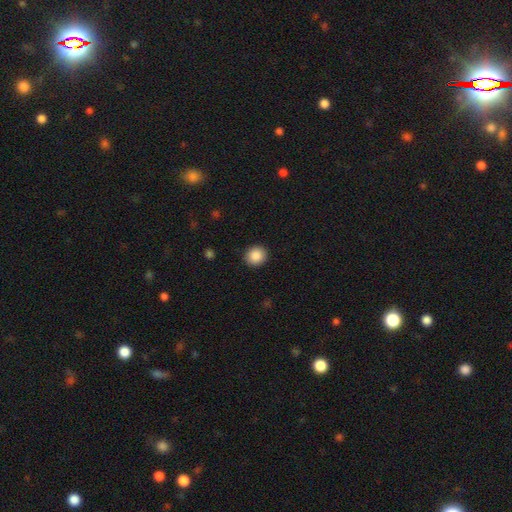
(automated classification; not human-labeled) Smooth or featured: smooth — 88% (star or artifact — 8%)
How rounded: round — 83% (in between — 16%)
Merging: none — 91% (minor disturbance — 6%)